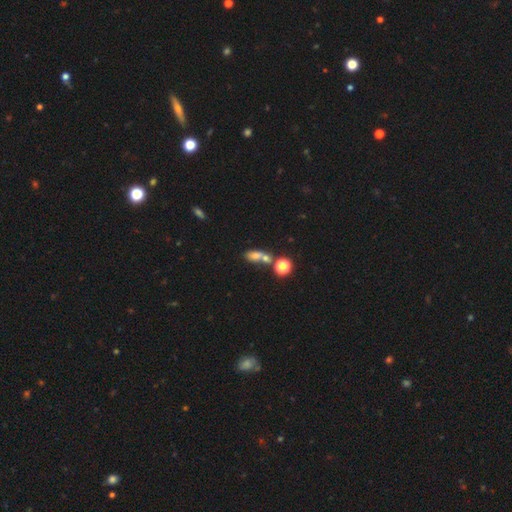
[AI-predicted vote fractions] This appears to be a smooth galaxy with no disk features (63%) that is in between round and cigar-shaped (61%). Merging: merger (44%).